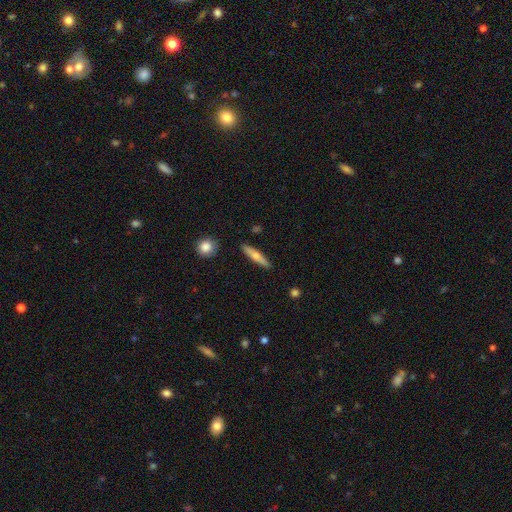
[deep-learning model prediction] smooth_or_featured: smooth (p=0.56) [alt: featured or disk p=0.38]
how_rounded: cigar-shaped (p=0.84) [alt: in between p=0.14]
merging: none (p=0.89) [alt: minor disturbance p=0.08]